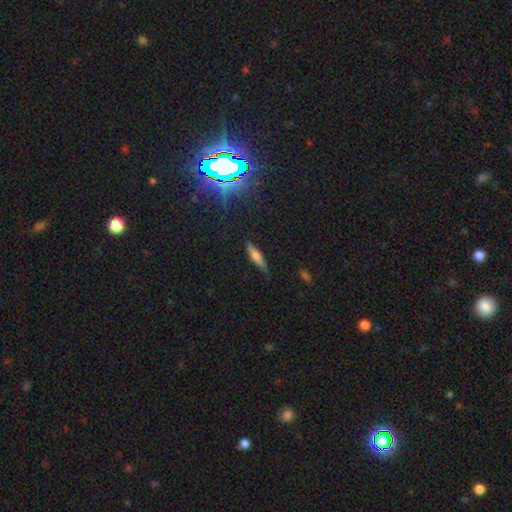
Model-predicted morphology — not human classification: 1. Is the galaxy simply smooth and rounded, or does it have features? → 59% smooth, 32% featured or disk, 9% star or artifact.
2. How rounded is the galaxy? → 74% cigar-shaped, 23% in between, 2% round.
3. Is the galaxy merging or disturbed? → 77% none, 18% minor disturbance, 3% major disturbance, 1% merger.